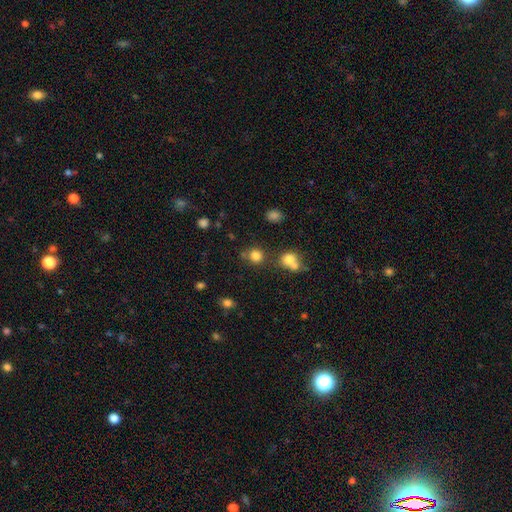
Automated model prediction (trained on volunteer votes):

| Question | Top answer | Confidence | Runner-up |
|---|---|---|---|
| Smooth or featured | smooth | 80% | star or artifact (14%) |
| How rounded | round | 87% | in between (12%) |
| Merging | none | 71% | merger (15%) |